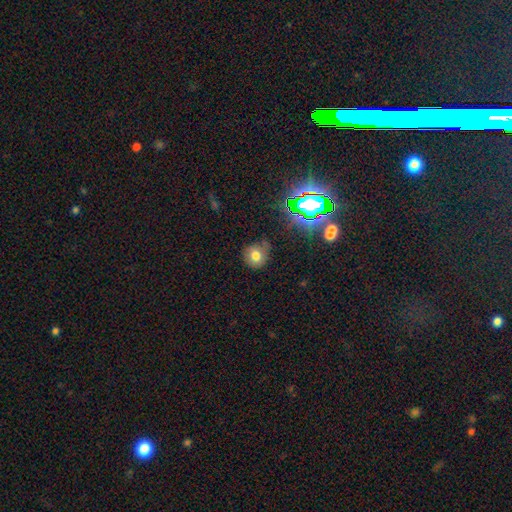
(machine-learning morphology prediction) Smooth or featured? smooth (71%)
How rounded? round (85%)
Merging? none (70%)